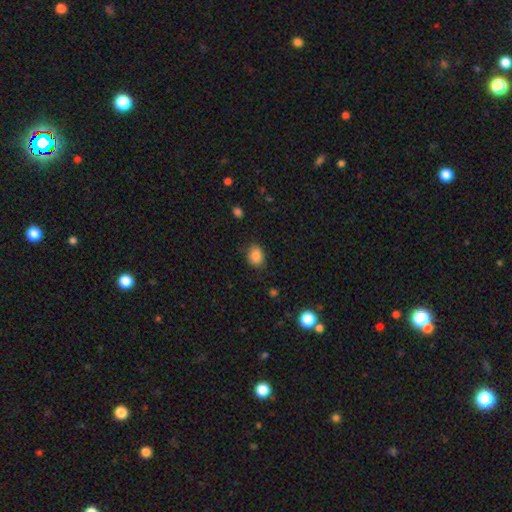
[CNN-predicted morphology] smooth-or-featured: smooth: 85% | star or artifact: 10% | featured or disk: 5%
  how-rounded: round: 50% | in between: 49% | cigar-shaped: 1%
  merging: none: 79% | minor disturbance: 16% | major disturbance: 3% | merger: 1%